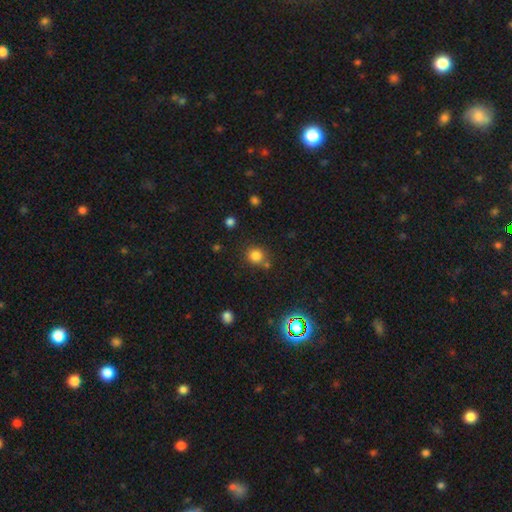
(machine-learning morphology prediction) Smooth or featured?
  - smooth: 80% *
  - star or artifact: 14%
  - featured or disk: 6%
How rounded?
  - round: 88% *
  - in between: 11%
  - cigar-shaped: 1%
Merging?
  - none: 74% *
  - merger: 12%
  - minor disturbance: 10%
  - major disturbance: 4%